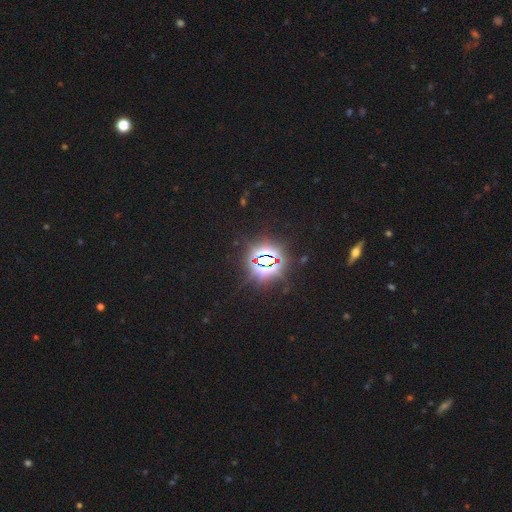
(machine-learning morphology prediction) Q: Smooth or featured?
A: star or artifact (83%); runner-up: smooth (9%)